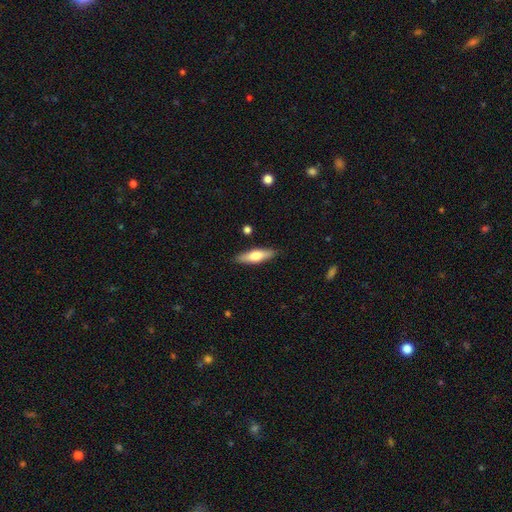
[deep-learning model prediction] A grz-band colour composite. It shows a smooth galaxy with no disk features (62%) that is cigar-shaped (57%). Merging: none (88%).